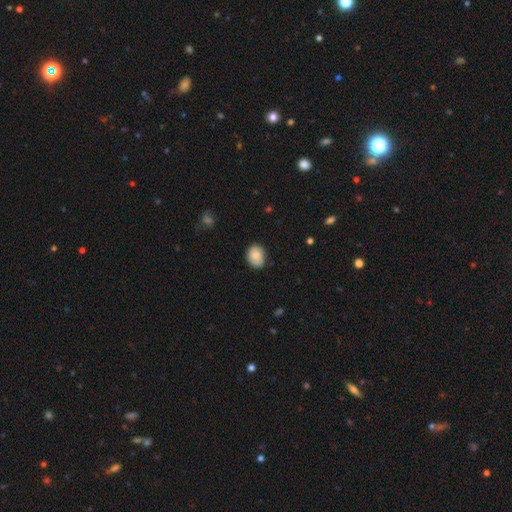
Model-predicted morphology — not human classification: Q: Smooth or featured?
A: smooth (83%); runner-up: featured or disk (9%)
Q: How rounded?
A: in between (59%); runner-up: round (40%)
Q: Merging?
A: none (75%); runner-up: minor disturbance (21%)